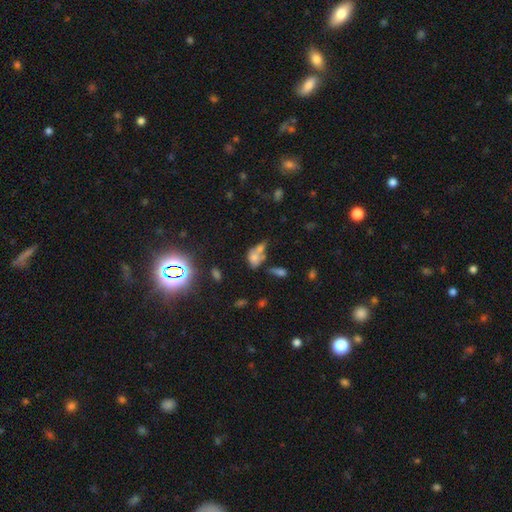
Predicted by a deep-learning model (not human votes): smooth 61%, featured or disk 20%, star or artifact 19%. Down the decision tree: how rounded — in between (71%); merging — merger (52%).